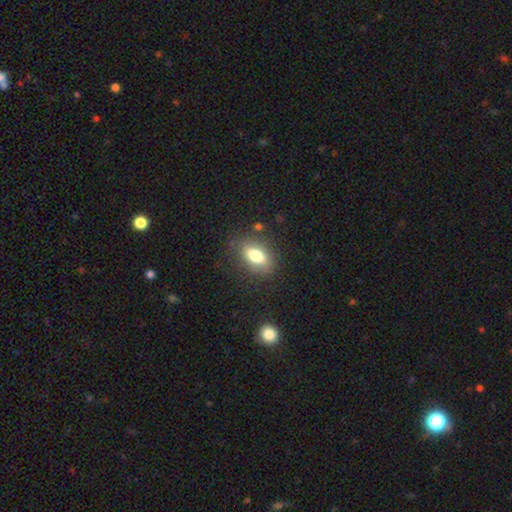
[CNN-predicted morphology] Smooth or featured? smooth (75%)
How rounded? in between (85%)
Merging? none (78%)